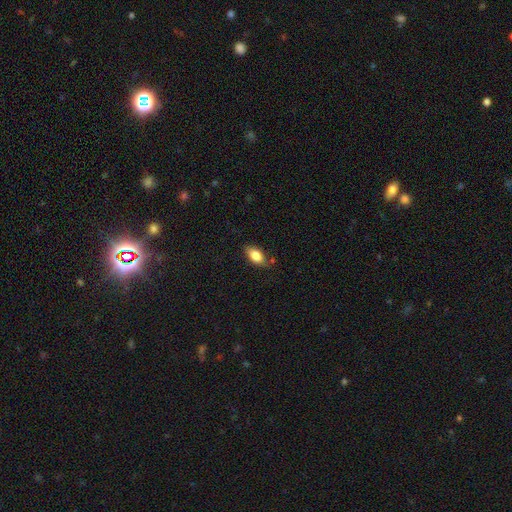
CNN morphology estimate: Smooth or featured? Predicted: smooth (p=0.83). How rounded? Predicted: in between (p=0.89). Merging? Predicted: none (p=0.78).